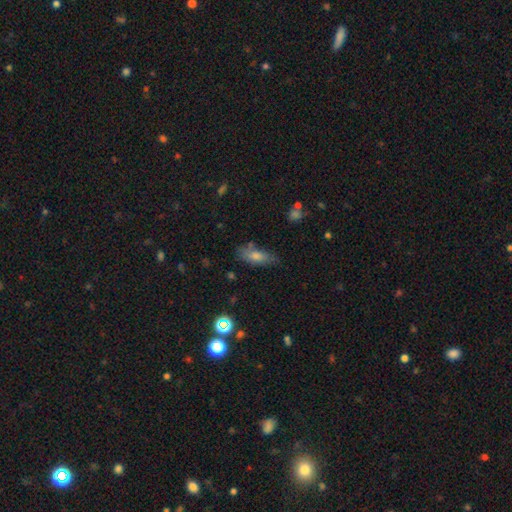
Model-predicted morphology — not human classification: The model was most divided on "how rounded": in between: 66%, cigar-shaped: 30%, round: 4%. More confident: merging — none (69%); smooth or featured — smooth (66%).